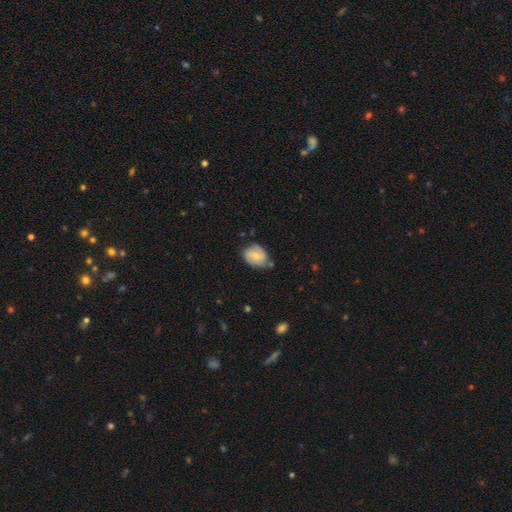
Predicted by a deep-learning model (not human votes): Smooth or featured? Predicted: smooth (p=0.64). How rounded? Predicted: in between (p=0.56). Merging? Predicted: none (p=0.55).